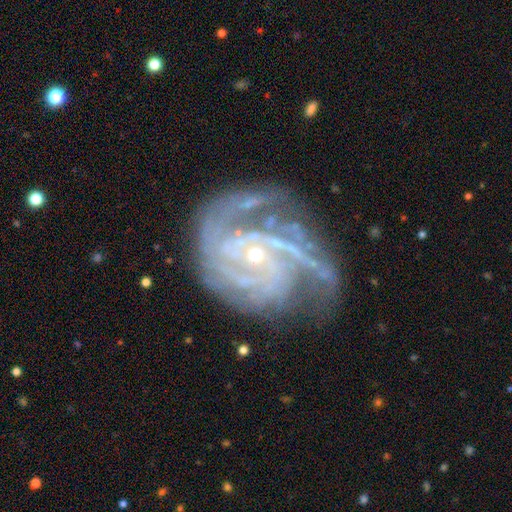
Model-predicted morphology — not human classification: This appears to be a featured or disk galaxy (90%) with no bar (62%), 3 (28%) tight (62%) spiral arms (98%) and a small central bulge (79%). Merging: none (62%).